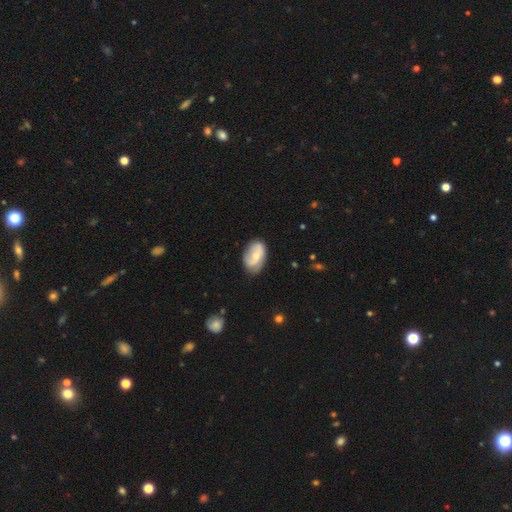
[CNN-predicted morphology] featured or disk 53%, smooth 41%, star or artifact 6%. Down the decision tree: edge-on disk — no (94%); bar — no (55%); spiral arms — yes (66%); bulge size — moderate (50%); merging — none (70%).